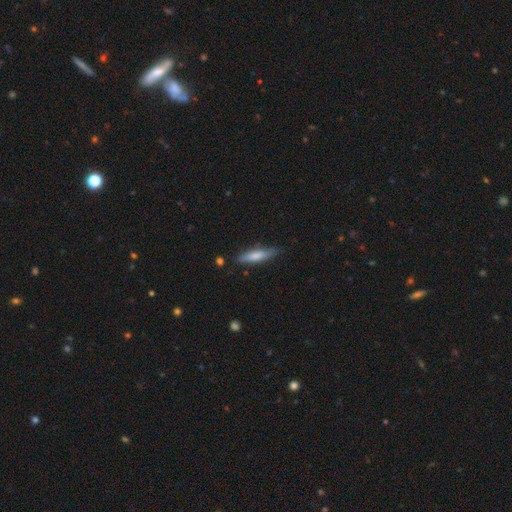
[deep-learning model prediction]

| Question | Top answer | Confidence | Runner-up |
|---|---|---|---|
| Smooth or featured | smooth | 73% | featured or disk (22%) |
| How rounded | cigar-shaped | 76% | in between (23%) |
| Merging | none | 76% | minor disturbance (18%) |